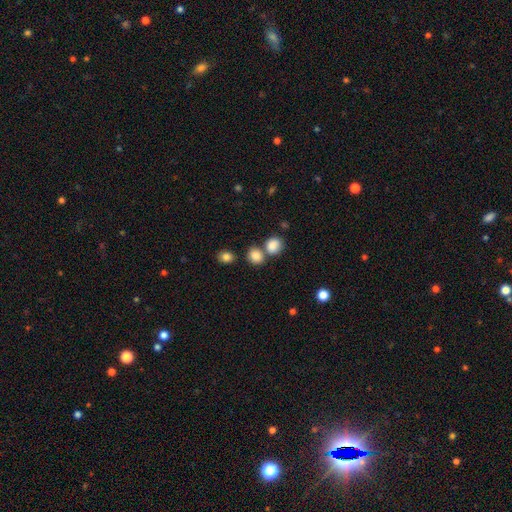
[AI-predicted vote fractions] Smooth or featured?
  - smooth: 84% *
  - star or artifact: 10%
  - featured or disk: 6%
How rounded?
  - round: 66% *
  - in between: 32%
  - cigar-shaped: 1%
Merging?
  - none: 59% *
  - merger: 29%
  - minor disturbance: 9%
  - major disturbance: 3%